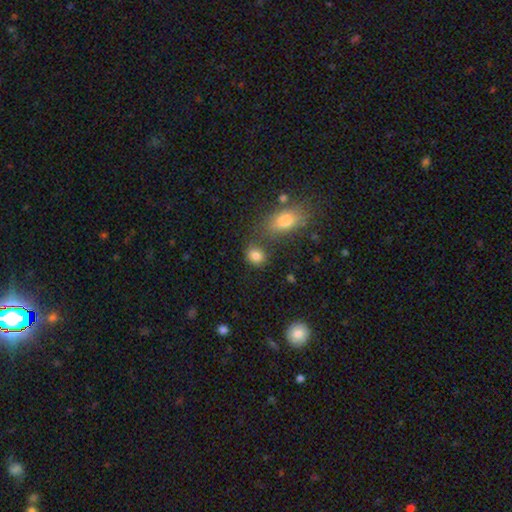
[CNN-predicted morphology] Overall: smooth (83%). How rounded: round (51%; in between 47%). Merging: none (67%).